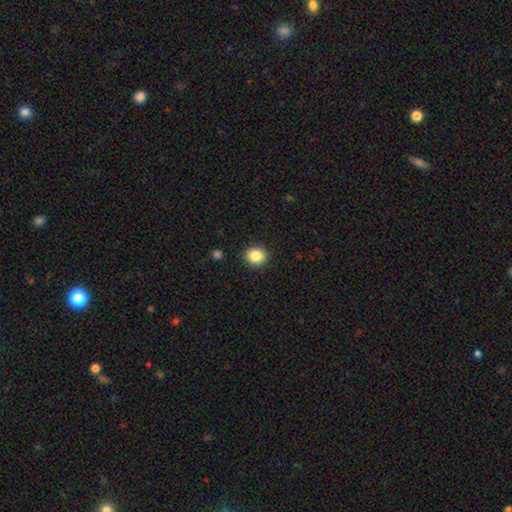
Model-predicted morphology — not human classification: smooth_or_featured: smooth (p=0.85) [alt: star or artifact p=0.10]
how_rounded: round (p=0.76) [alt: in between p=0.23]
merging: none (p=0.91) [alt: minor disturbance p=0.06]